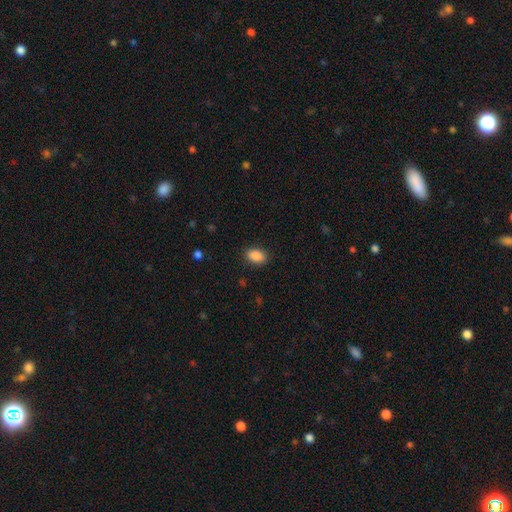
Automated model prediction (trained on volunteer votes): The model was most divided on "how rounded": in between: 87%, round: 11%, cigar-shaped: 2%. More confident: smooth or featured — smooth (88%); merging — none (88%).